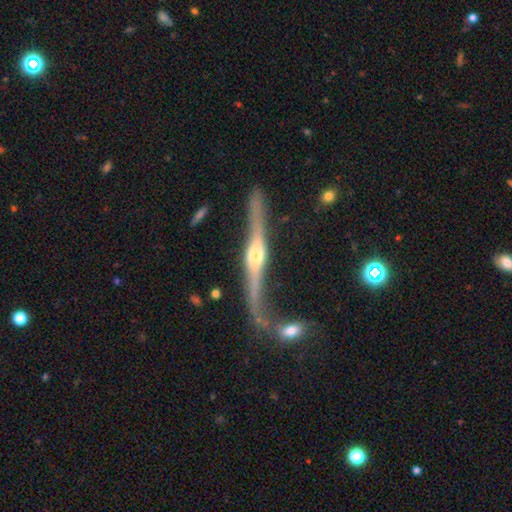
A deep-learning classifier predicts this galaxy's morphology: smooth-or-featured: featured or disk: 85% | smooth: 10% | star or artifact: 5%
  disk-edge-on: yes: 92% | no: 8%
    edge-on-bulge: rounded: 91% | boxy: 6% | none: 3%
  merging: none: 58% | minor disturbance: 18% | merger: 14% | major disturbance: 10%